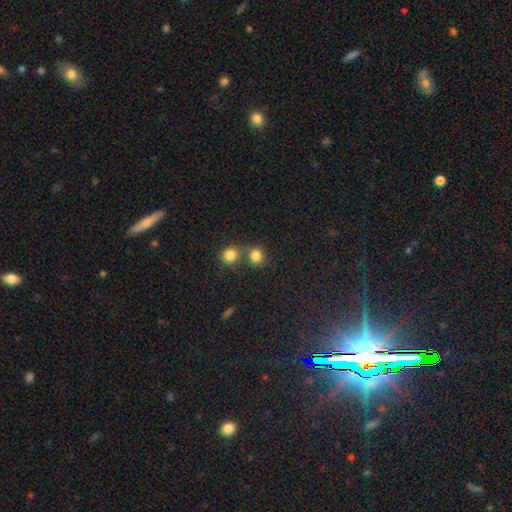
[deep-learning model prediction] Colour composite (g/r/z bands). It shows a smooth galaxy with no disk features (82%) that is round (83%). Merging: none (49%).